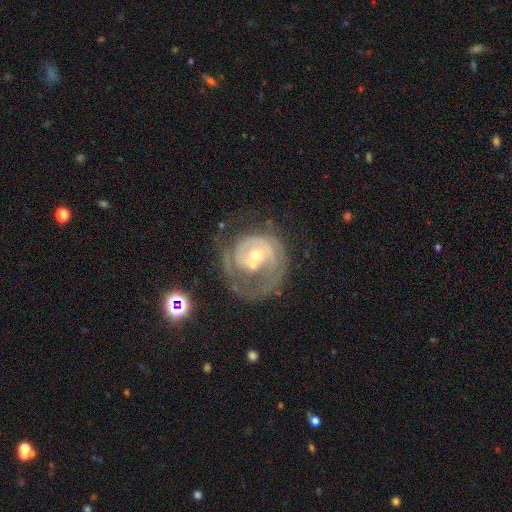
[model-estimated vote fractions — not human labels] Smooth or featured?
  - featured or disk: 82% *
  - smooth: 11%
  - star or artifact: 7%
Edge-on disk?
  - no: 98% *
  - yes: 2%
Bar?
  - no: 69% *
  - weak: 26%
  - strong: 5%
Spiral arms?
  - yes: 86% *
  - no: 14%
Spiral winding?
  - tight: 54% *
  - medium: 32%
  - loose: 14%
Spiral arm count?
  - 2: 31% *
  - 1: 28%
  - can't tell: 27%
  - 3: 9%
  - 4: 3%
  - more than 4: 3%
Bulge size?
  - small: 57% *
  - moderate: 38%
  - large: 2%
  - none: 2%
  - dominant: 1%
Merging?
  - none: 39% *
  - major disturbance: 31%
  - minor disturbance: 17%
  - merger: 12%